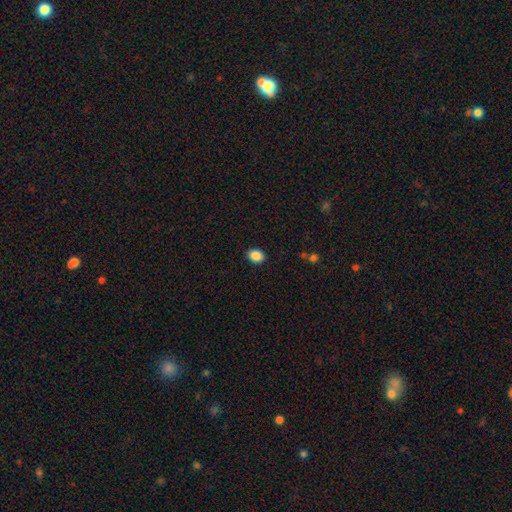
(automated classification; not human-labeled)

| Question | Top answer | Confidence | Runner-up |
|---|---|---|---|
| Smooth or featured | smooth | 89% | star or artifact (8%) |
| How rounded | in between | 68% | round (31%) |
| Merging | none | 89% | minor disturbance (7%) |